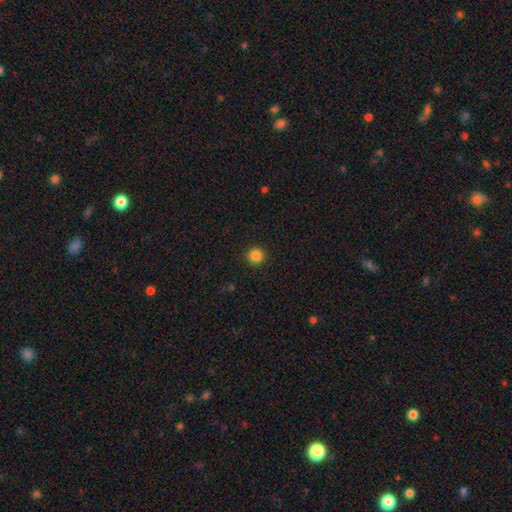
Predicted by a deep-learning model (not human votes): Morphology: type=smooth (85%); roundness=round (95%); merging=none (92%).